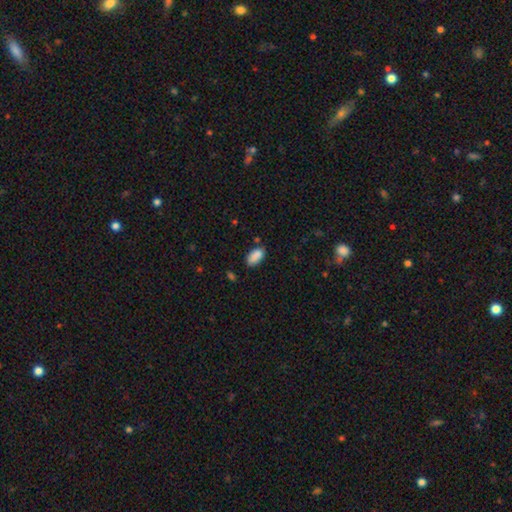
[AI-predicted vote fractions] Overall: smooth (87%). How rounded: in between (93%). Merging: none (72%).